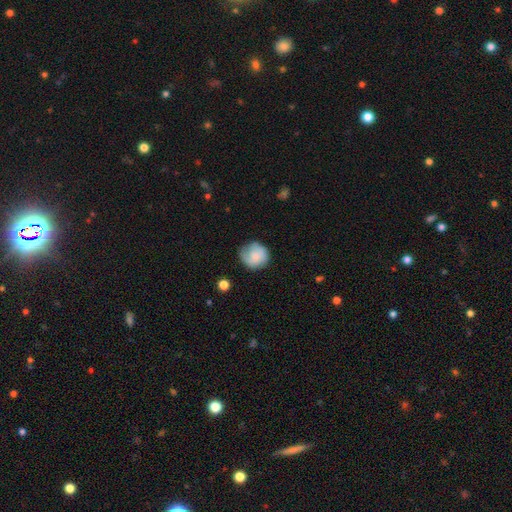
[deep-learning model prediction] Smooth or featured?
  - smooth: 62% *
  - featured or disk: 31%
  - star or artifact: 7%
How rounded?
  - round: 88% *
  - in between: 11%
  - cigar-shaped: 1%
Merging?
  - none: 68% *
  - minor disturbance: 23%
  - major disturbance: 7%
  - merger: 2%